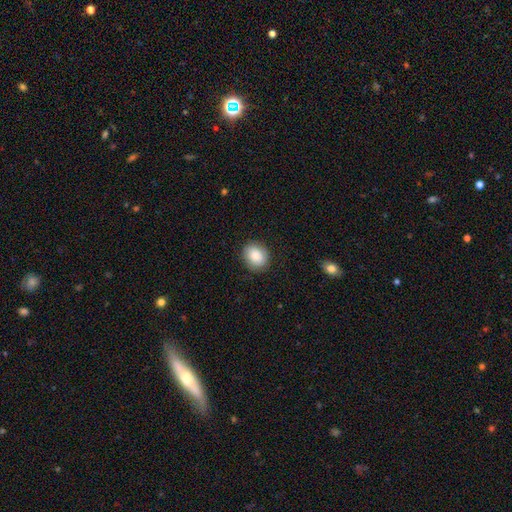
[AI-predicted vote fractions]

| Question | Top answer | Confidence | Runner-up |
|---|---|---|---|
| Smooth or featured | smooth | 85% | featured or disk (8%) |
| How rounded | round | 59% | in between (40%) |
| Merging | none | 86% | minor disturbance (10%) |